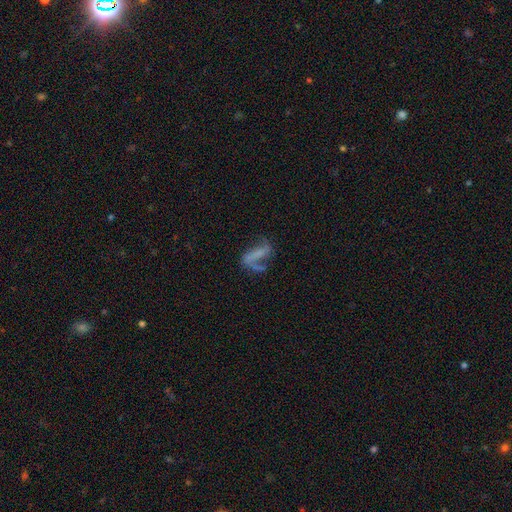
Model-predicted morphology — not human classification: Overall: featured or disk (62%; smooth 26%). Edge-on disk: no (92%). Bar: no (39%; strong 37%). Spiral arms: yes (67%; no 33%). Bulge size: none (68%). Merging: none (38%; major disturbance 33%).